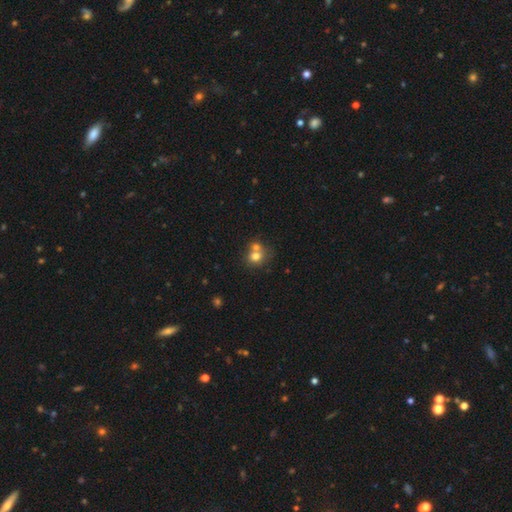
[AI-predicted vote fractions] smooth_or_featured: smooth (p=0.73) [alt: featured or disk p=0.14]
how_rounded: round (p=0.78) [alt: in between p=0.21]
merging: merger (p=0.50) [alt: none p=0.40]